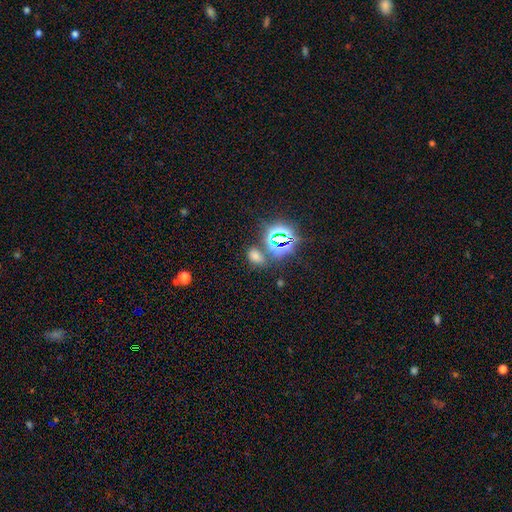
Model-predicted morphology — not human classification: smooth_or_featured: smooth (p=0.54) [alt: star or artifact p=0.39]
how_rounded: in between (p=0.81) [alt: round p=0.16]
merging: none (p=0.69) [alt: minor disturbance p=0.13]